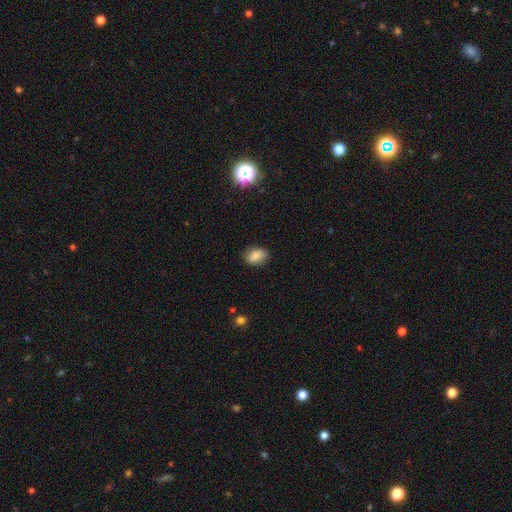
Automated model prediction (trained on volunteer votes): smooth 83%, star or artifact 9%, featured or disk 8%. Down the decision tree: how rounded — in between (81%); merging — none (83%).